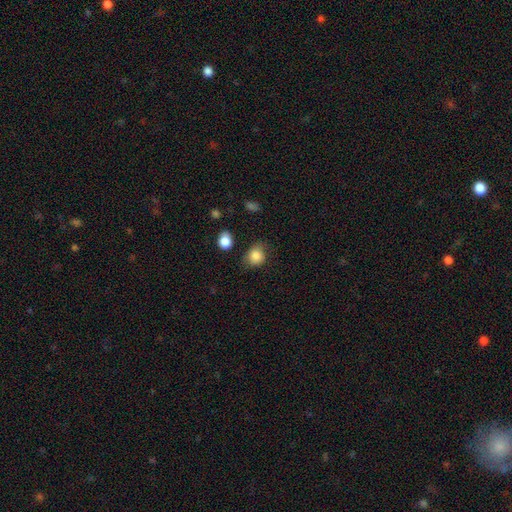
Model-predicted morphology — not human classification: Smooth or featured: smooth — 85% (star or artifact — 9%)
How rounded: round — 63% (in between — 36%)
Merging: none — 67% (minor disturbance — 24%)